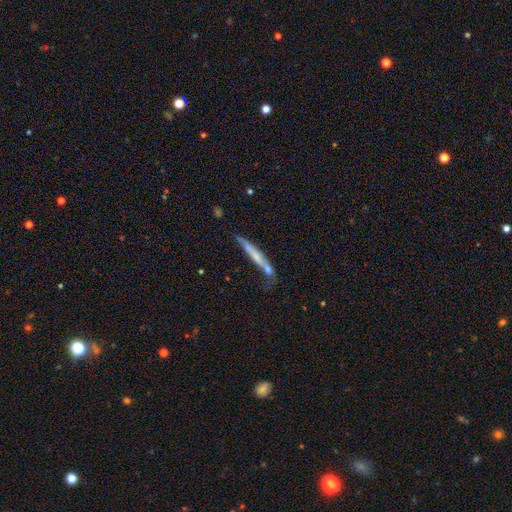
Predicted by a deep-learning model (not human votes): Smooth or featured? Predicted: featured or disk (p=0.47). Merging? Predicted: none (p=0.53).